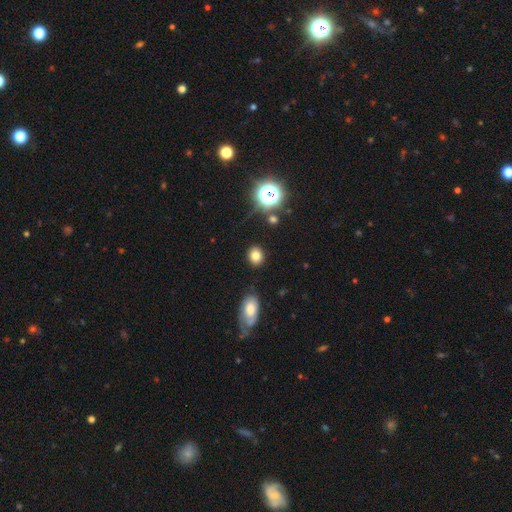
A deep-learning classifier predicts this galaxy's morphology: Overall: smooth (79%). How rounded: round (68%; in between 30%). Merging: none (86%).